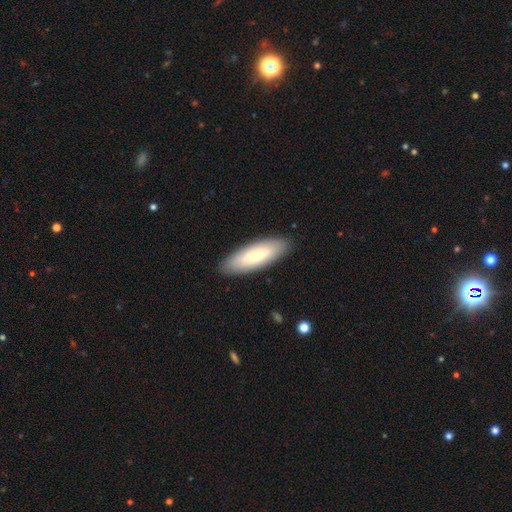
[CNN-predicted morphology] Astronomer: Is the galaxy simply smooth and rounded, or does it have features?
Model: smooth — 74%.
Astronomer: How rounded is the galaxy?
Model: in between — 63%.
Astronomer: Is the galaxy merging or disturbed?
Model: none — 88%.